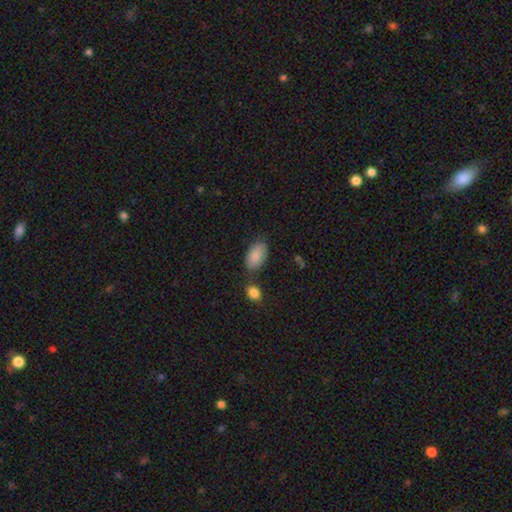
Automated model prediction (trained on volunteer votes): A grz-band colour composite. It shows a smooth galaxy with no disk features (87%) that is in between round and cigar-shaped (93%). Merging: none (67%).